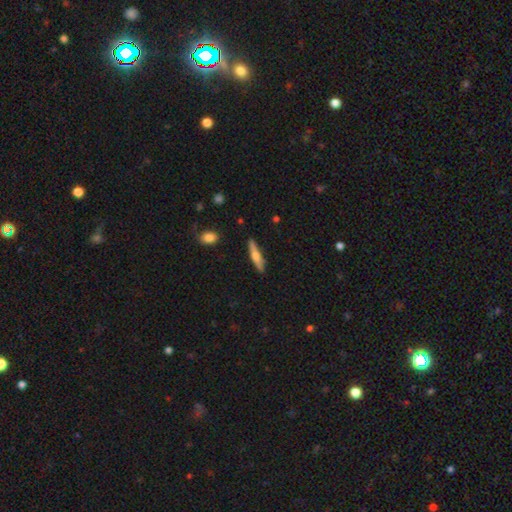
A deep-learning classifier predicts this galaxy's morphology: Q: Smooth or featured?
A: smooth (48%); runner-up: featured or disk (46%)
Q: Merging?
A: none (88%); runner-up: minor disturbance (9%)